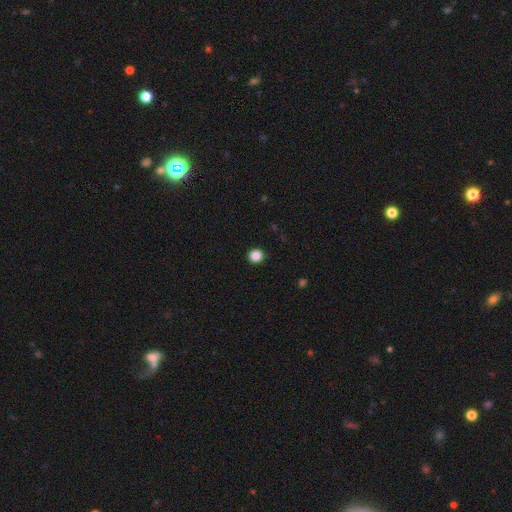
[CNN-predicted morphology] type=smooth (86%); roundness=round (93%); merging=none (92%).